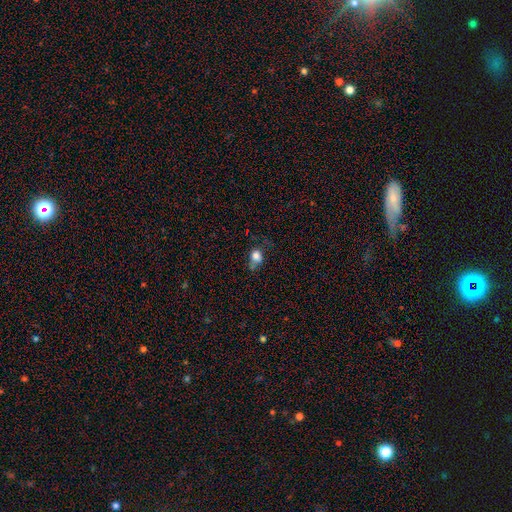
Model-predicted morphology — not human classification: smooth_or_featured: smooth (p=0.79) [alt: star or artifact p=0.12]
how_rounded: round (p=0.56) [alt: in between p=0.42]
merging: none (p=0.42) [alt: minor disturbance p=0.30]